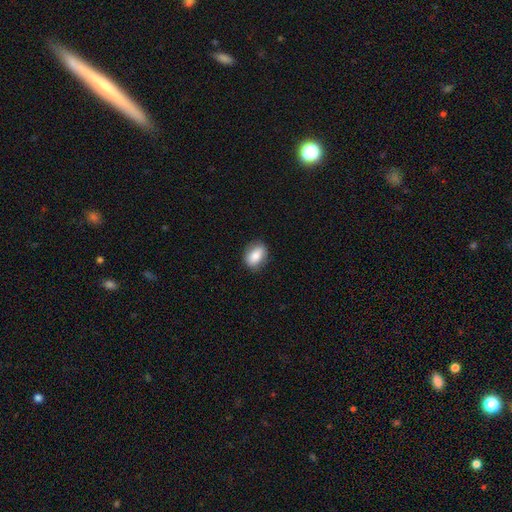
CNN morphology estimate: This appears to be a smooth galaxy with no disk features (79%) that is in between round and cigar-shaped (77%). Merging: none (84%).